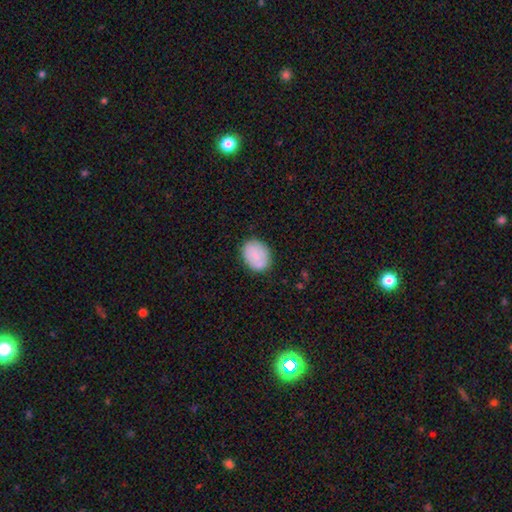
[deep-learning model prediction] The model was most divided on "how rounded": in between: 61%, round: 38%, cigar-shaped: 1%. More confident: smooth or featured — smooth (83%); merging — none (81%).